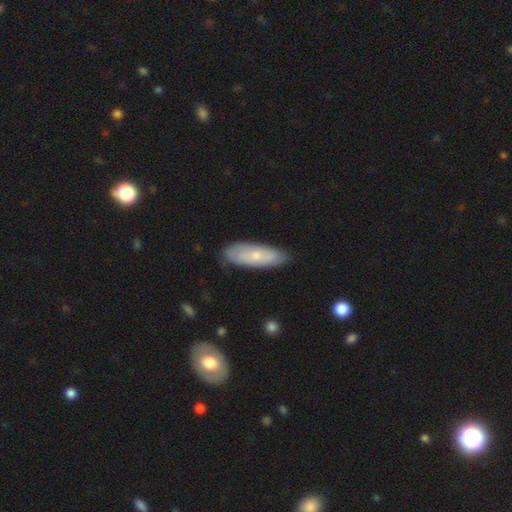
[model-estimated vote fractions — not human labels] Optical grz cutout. It shows a smooth galaxy with no disk features (61%) that is in between round and cigar-shaped (64%). Merging: none (78%).